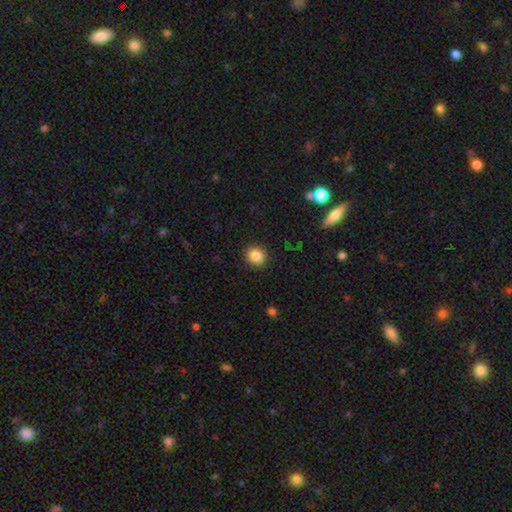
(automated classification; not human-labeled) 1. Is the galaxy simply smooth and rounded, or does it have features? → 85% smooth, 10% star or artifact, 5% featured or disk.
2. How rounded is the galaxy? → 86% round, 13% in between, 1% cigar-shaped.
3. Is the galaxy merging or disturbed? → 91% none, 6% minor disturbance, 2% major disturbance, 1% merger.